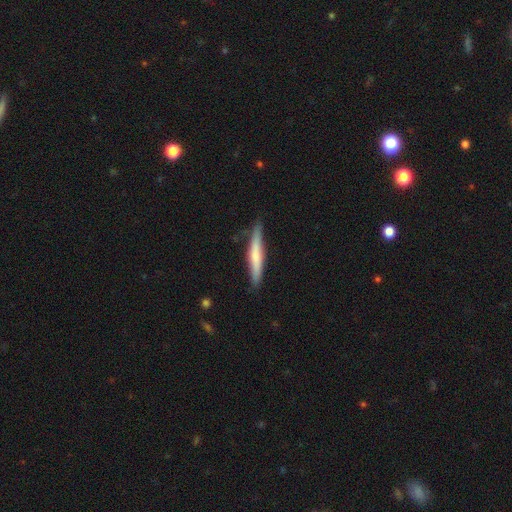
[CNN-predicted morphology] smooth 56%, featured or disk 39%, star or artifact 5%. Down the decision tree: how rounded — cigar-shaped (94%); merging — none (82%).